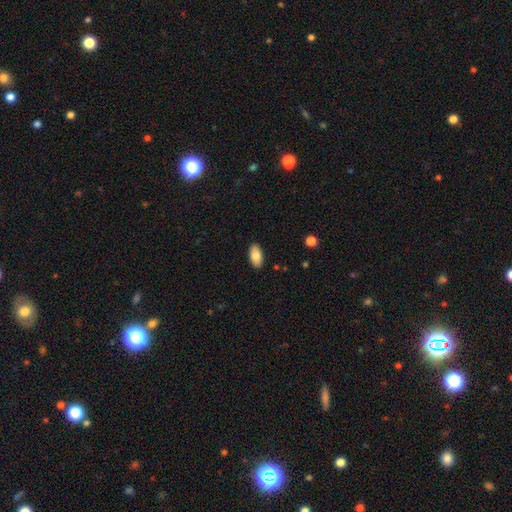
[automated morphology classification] The model was most divided on "smooth or featured": smooth: 81%, featured or disk: 12%, star or artifact: 6%. More confident: how rounded — in between (93%); merging — none (89%).